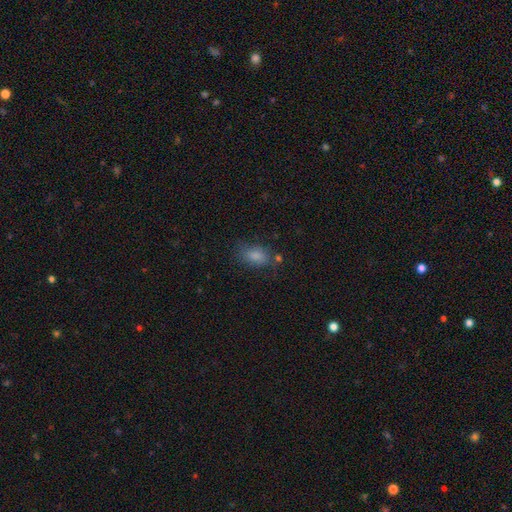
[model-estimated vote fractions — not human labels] smooth-or-featured: smooth: 82% | star or artifact: 10% | featured or disk: 8%
  how-rounded: in between: 84% | round: 13% | cigar-shaped: 3%
  merging: none: 66% | minor disturbance: 20% | major disturbance: 8% | merger: 6%